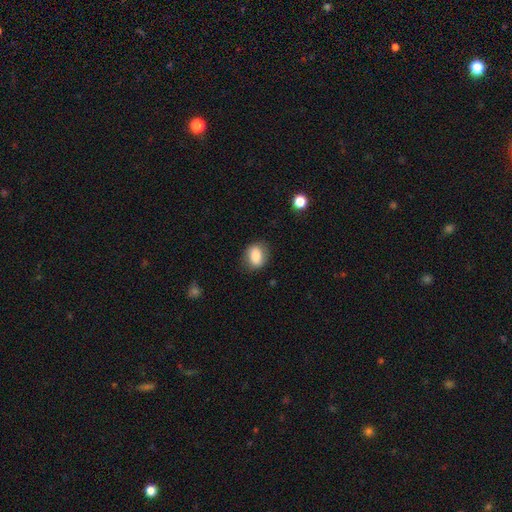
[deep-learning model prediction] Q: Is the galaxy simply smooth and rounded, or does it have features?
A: smooth — 82%.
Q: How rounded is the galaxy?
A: in between — 63%.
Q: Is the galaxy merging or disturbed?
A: none — 80%.